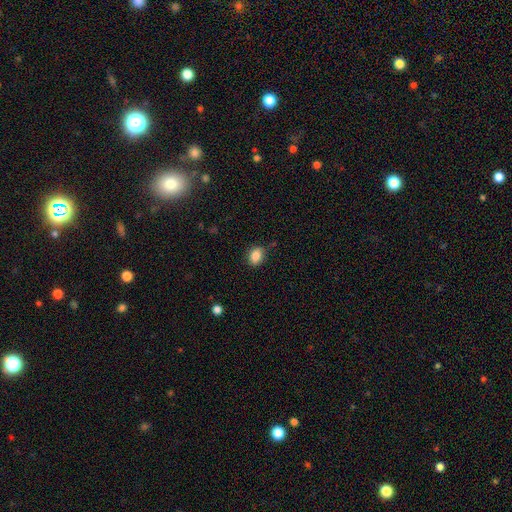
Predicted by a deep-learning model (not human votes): smooth_or_featured: smooth (p=0.85) [alt: star or artifact p=0.09]
how_rounded: in between (p=0.68) [alt: round p=0.30]
merging: none (p=0.81) [alt: minor disturbance p=0.14]